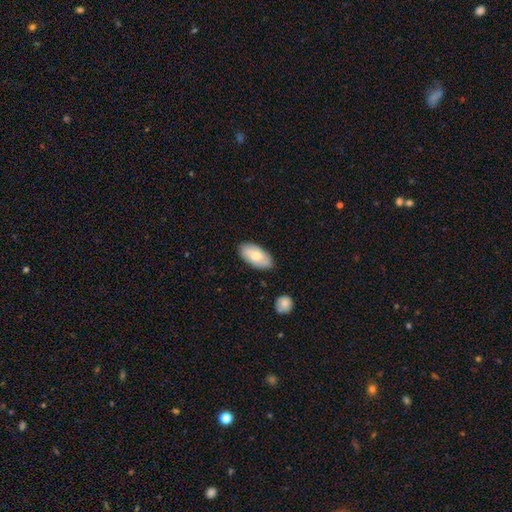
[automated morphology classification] Smooth or featured? Predicted: smooth (p=0.73). How rounded? Predicted: in between (p=0.94). Merging? Predicted: none (p=0.82).